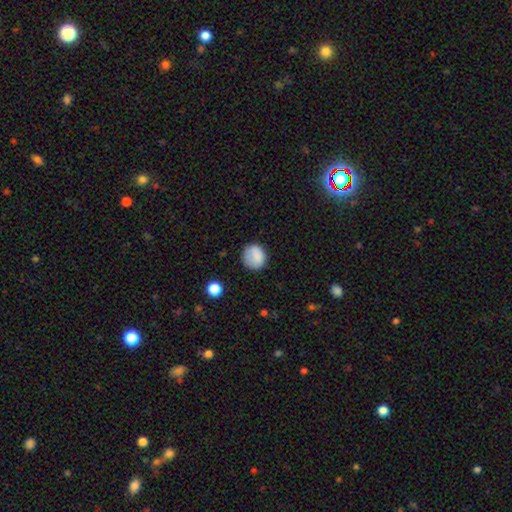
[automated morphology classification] type=smooth (84%); roundness=round (85%); merging=none (80%).